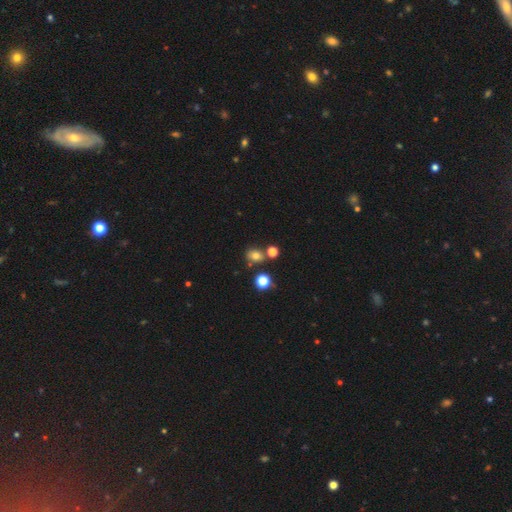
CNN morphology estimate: A smooth galaxy with no disk features (72%) that is round (53%).

Vote fractions:
- Smooth or featured? smooth: 72% / star or artifact: 18% / featured or disk: 9%
- How rounded? round: 53% / in between: 45% / cigar-shaped: 1%
- Merging? none: 69% / merger: 15% / minor disturbance: 12% / major disturbance: 4%